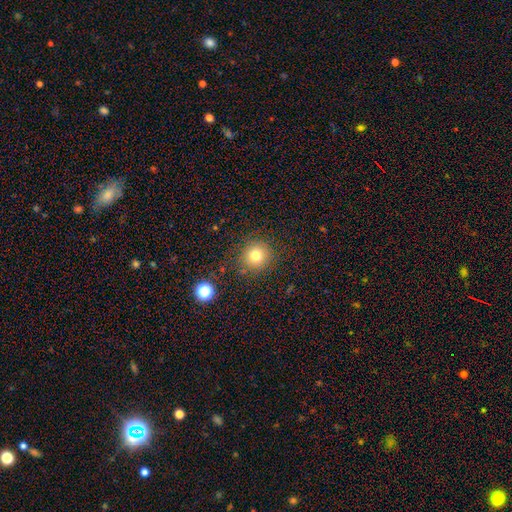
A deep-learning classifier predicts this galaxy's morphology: Smooth or featured? Predicted: smooth (p=0.77). How rounded? Predicted: round (p=0.93). Merging? Predicted: none (p=0.85).